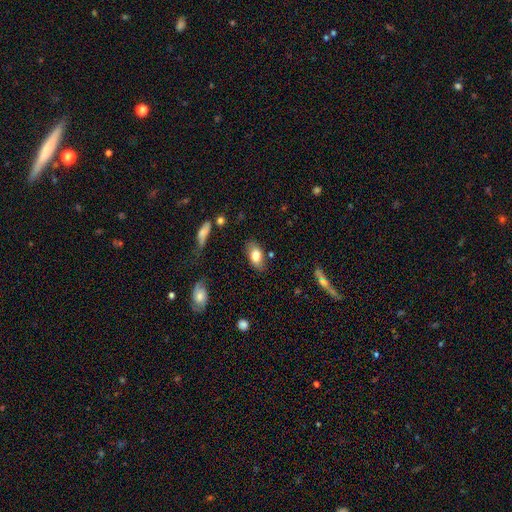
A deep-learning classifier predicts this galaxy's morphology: Smooth or featured: smooth — 79% (featured or disk — 14%)
How rounded: in between — 91% (round — 6%)
Merging: none — 79% (minor disturbance — 15%)